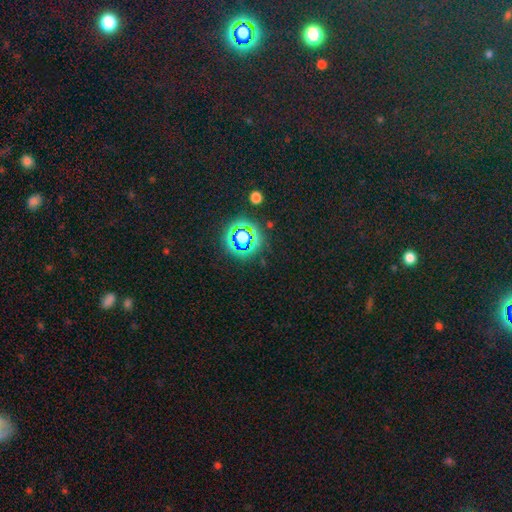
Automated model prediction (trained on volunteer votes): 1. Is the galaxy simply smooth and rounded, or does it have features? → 77% star or artifact, 16% smooth, 7% featured or disk.